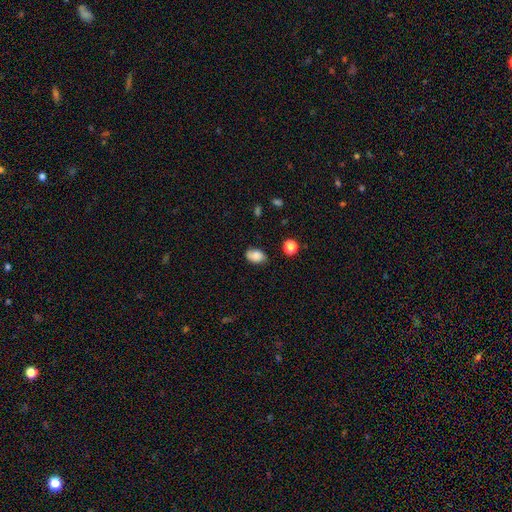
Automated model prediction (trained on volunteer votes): Overall: smooth (82%). How rounded: in between (86%). Merging: none (73%).